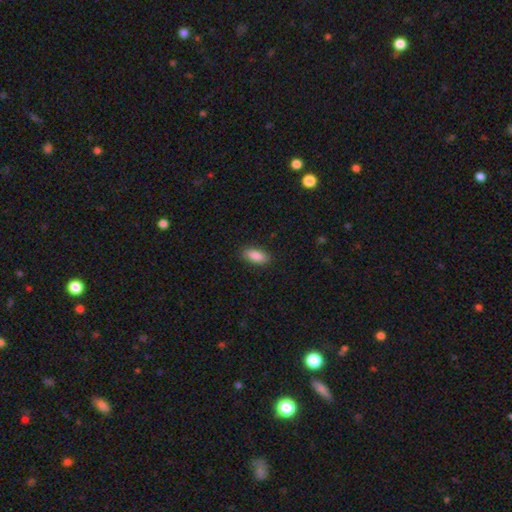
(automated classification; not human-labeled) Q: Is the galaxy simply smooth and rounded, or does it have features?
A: smooth — 89%.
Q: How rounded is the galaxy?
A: in between — 86%.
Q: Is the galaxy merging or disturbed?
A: none — 89%.